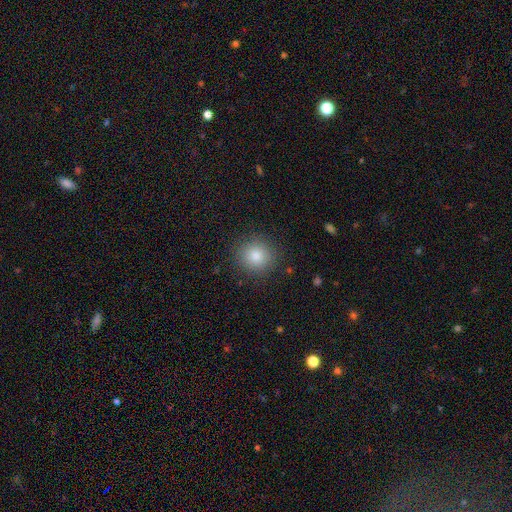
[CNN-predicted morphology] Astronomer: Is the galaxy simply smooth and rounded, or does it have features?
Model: smooth — 82%.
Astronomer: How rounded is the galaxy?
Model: round — 90%.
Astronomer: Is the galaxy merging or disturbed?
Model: none — 90%.